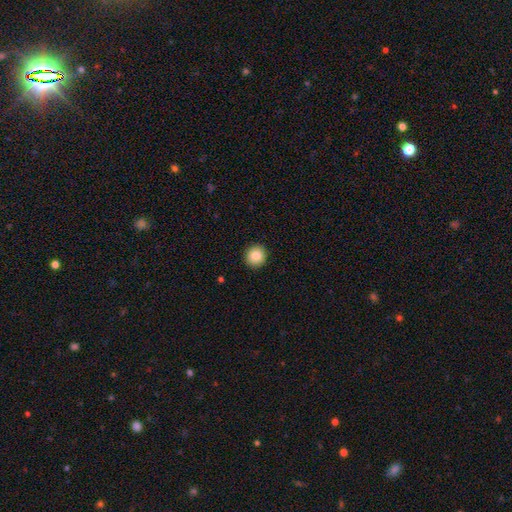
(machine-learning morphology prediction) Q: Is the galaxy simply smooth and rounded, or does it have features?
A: smooth — 85%.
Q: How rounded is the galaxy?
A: round — 92%.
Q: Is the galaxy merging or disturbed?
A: none — 92%.